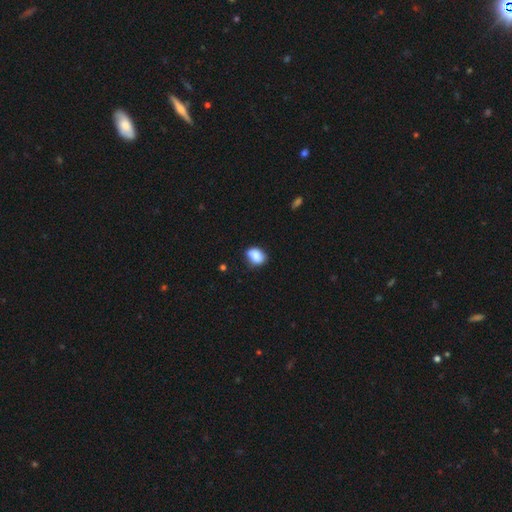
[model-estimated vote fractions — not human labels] smooth 82%, featured or disk 9%, star or artifact 8%. Down the decision tree: how rounded — in between (67%); merging — none (63%).